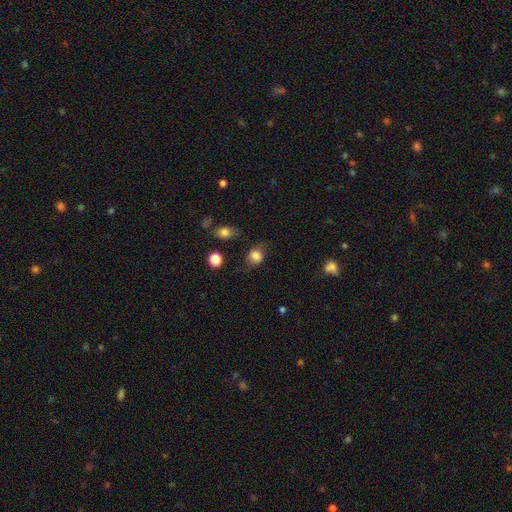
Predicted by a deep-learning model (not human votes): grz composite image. It shows a smooth galaxy with no disk features (80%) that is round (54%). Merging: none (63%).